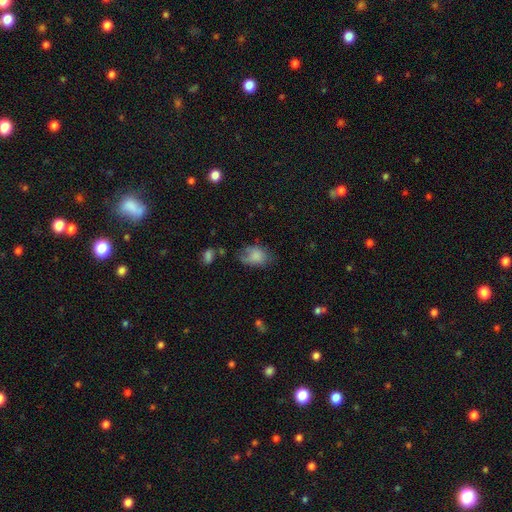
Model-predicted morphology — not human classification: The model was most divided on "merging": none: 39%, minor disturbance: 33%, major disturbance: 23%, merger: 5%. More confident: how rounded — in between (79%); smooth or featured — smooth (75%).